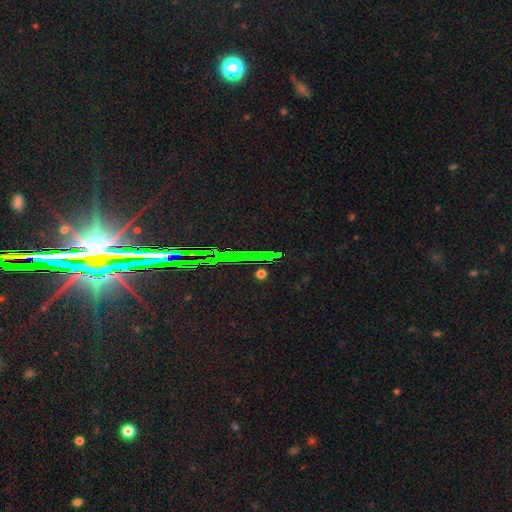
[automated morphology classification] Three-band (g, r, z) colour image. It shows a star or artifact, not a galaxy (82%).